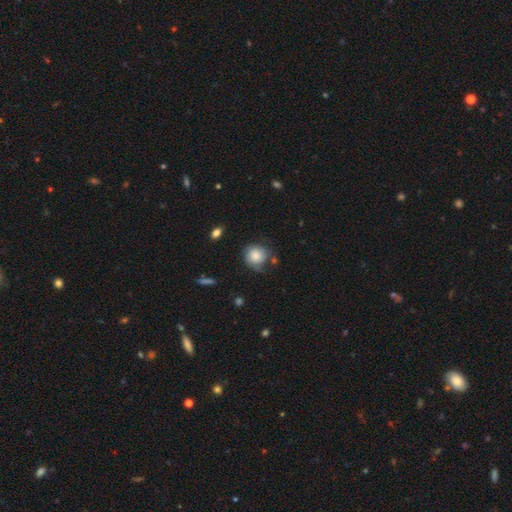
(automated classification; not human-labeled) smooth_or_featured: smooth (p=0.78) [alt: featured or disk p=0.14]
how_rounded: round (p=0.86) [alt: in between p=0.13]
merging: none (p=0.57) [alt: minor disturbance p=0.27]